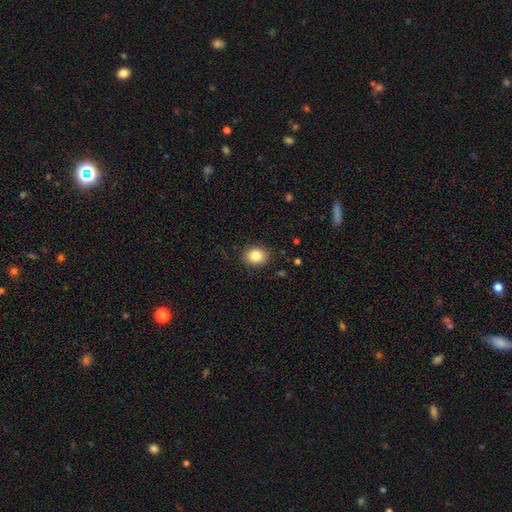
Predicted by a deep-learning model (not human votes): smooth_or_featured: smooth (p=0.84) [alt: star or artifact p=0.09]
how_rounded: round (p=0.53) [alt: in between p=0.46]
merging: none (p=0.89) [alt: minor disturbance p=0.08]